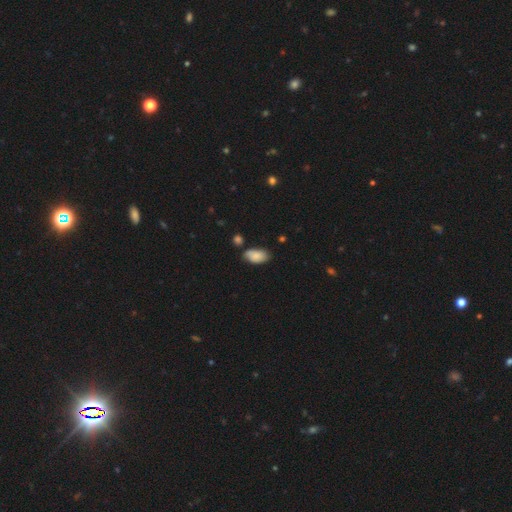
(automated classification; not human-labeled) Smooth or featured? smooth (82%)
How rounded? in between (94%)
Merging? none (67%)